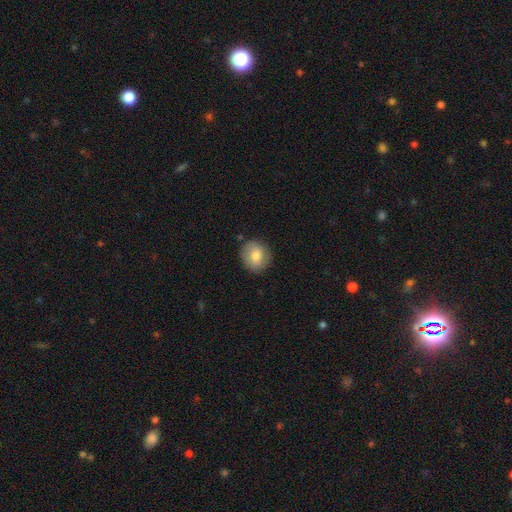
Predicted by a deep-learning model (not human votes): The model was most divided on "how rounded": round: 76%, in between: 23%, cigar-shaped: 1%. More confident: merging — none (85%); smooth or featured — smooth (76%).